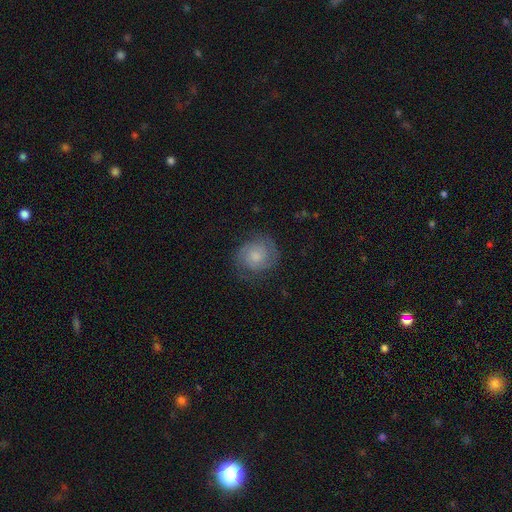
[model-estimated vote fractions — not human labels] smooth_or_featured: featured or disk (p=0.55) [alt: smooth p=0.37]
disk_edge_on: no (p=0.98) [alt: yes p=0.02]
bar: no (p=0.73) [alt: weak p=0.24]
has_spiral_arms: yes (p=0.91) [alt: no p=0.09]
bulge_size: moderate (p=0.36) [tied with: small p=0.36]
merging: none (p=0.73) [alt: minor disturbance p=0.18]